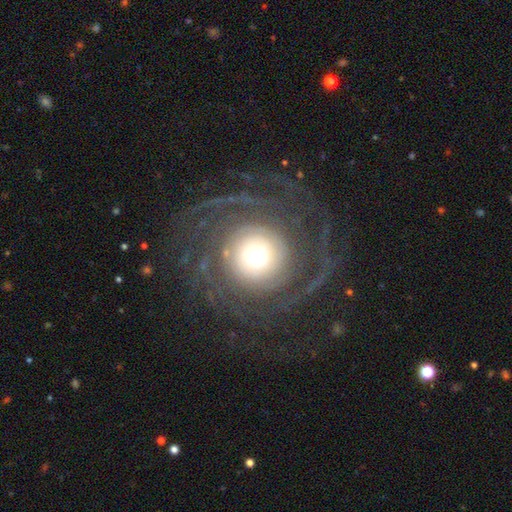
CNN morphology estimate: Overall: featured or disk (82%). Edge-on disk: no (97%). Bar: no (83%). Spiral arms: yes (93%). Spiral arm count: can't tell (25%; 2 23%). Spiral winding: tight (60%; medium 25%). Bulge size: moderate (43%; large 34%). Merging: none (74%).